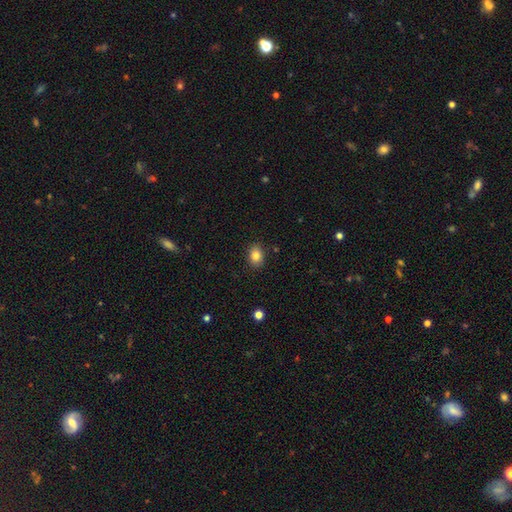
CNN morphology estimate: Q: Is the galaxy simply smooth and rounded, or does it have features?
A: smooth — 82%.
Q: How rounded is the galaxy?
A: in between — 66%.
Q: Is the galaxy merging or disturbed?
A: none — 88%.